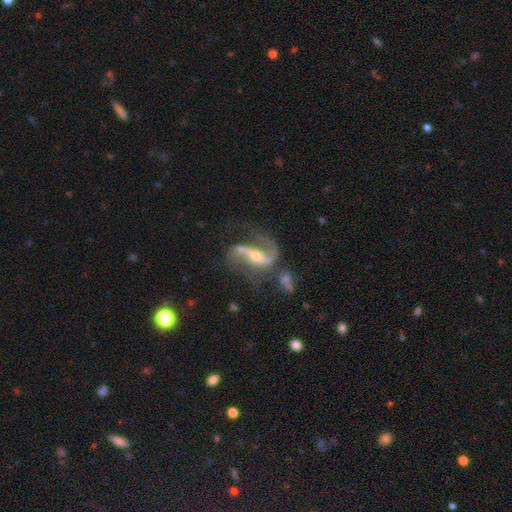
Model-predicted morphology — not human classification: smooth_or_featured: featured or disk (p=0.90) [alt: star or artifact p=0.06]
disk_edge_on: no (p=0.96) [alt: yes p=0.04]
bar: strong (p=0.51) [alt: weak p=0.30]
has_spiral_arms: yes (p=0.96) [alt: no p=0.04]
spiral_winding: loose (p=0.58) [alt: medium p=0.34]
spiral_arm_count: 2 (p=0.88) [alt: 1 p=0.06]
bulge_size: small (p=0.49) [alt: moderate p=0.47]
merging: none (p=0.55) [alt: major disturbance p=0.18]